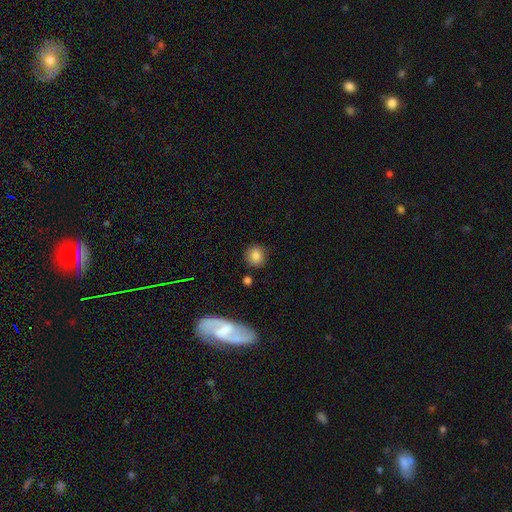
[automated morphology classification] smooth 84%, star or artifact 10%, featured or disk 7%. Down the decision tree: how rounded — round (85%); merging — none (84%).